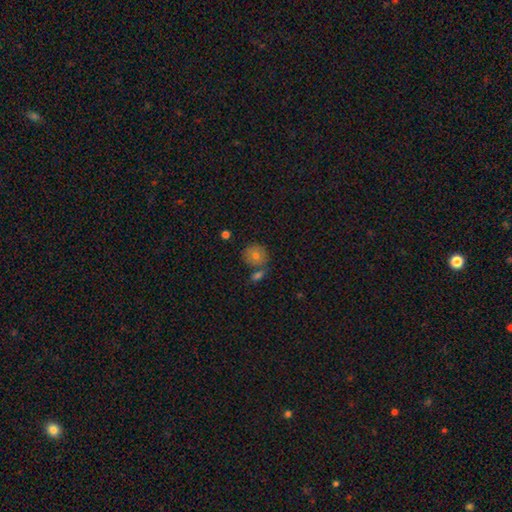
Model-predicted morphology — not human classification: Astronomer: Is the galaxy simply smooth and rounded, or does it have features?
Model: smooth — 68%.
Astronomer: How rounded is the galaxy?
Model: round — 86%.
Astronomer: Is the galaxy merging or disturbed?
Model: none — 66%.